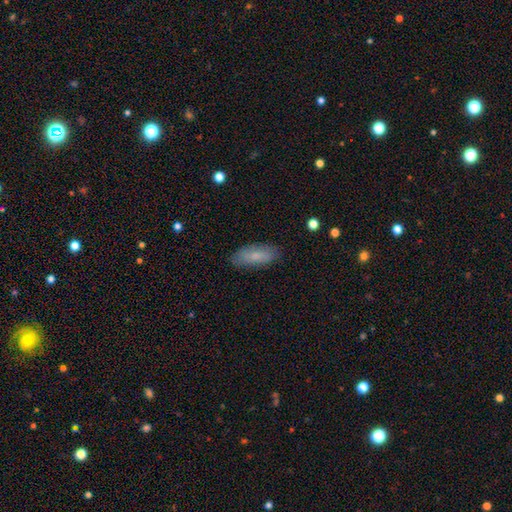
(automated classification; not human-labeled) Smooth or featured: smooth — 75% (featured or disk — 18%)
How rounded: in between — 74% (cigar-shaped — 24%)
Merging: none — 83% (minor disturbance — 13%)